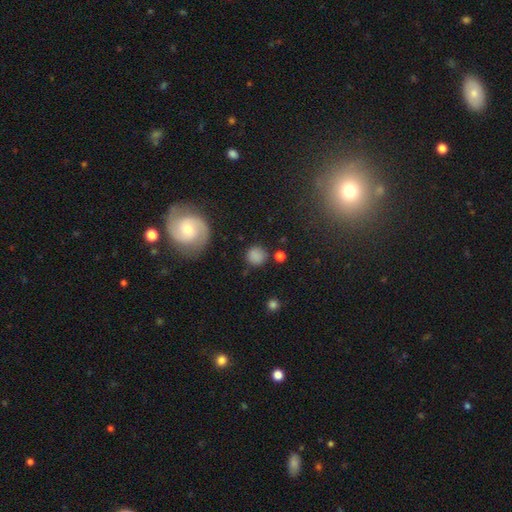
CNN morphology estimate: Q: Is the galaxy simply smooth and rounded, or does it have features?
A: smooth — 78%.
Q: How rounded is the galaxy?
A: round — 89%.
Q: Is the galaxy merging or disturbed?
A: none — 78%.